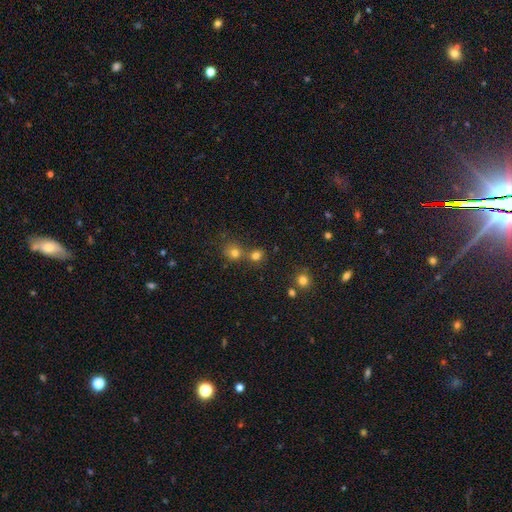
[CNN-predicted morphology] Overall: smooth (75%). How rounded: round (77%). Merging: none (57%; merger 32%).